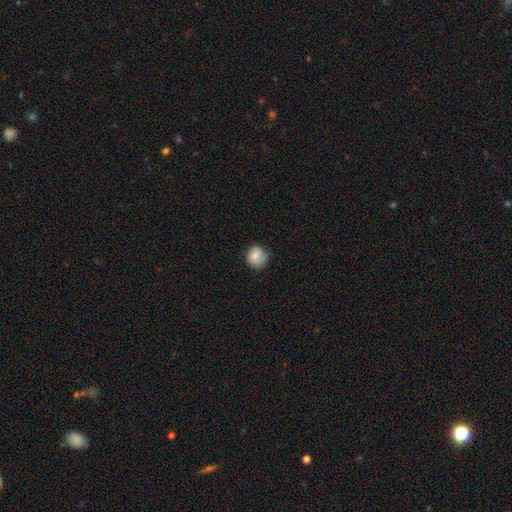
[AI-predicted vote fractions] smooth_or_featured: smooth (p=0.70) [alt: featured or disk p=0.22]
how_rounded: round (p=0.80) [alt: in between p=0.19]
merging: none (p=0.69) [alt: minor disturbance p=0.24]